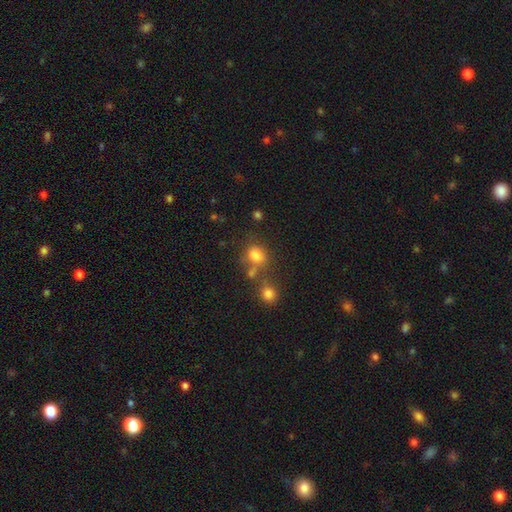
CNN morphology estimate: Smooth or featured: smooth — 77% (star or artifact — 14%)
How rounded: in between — 50% (round — 49%)
Merging: none — 51% (merger — 26%)